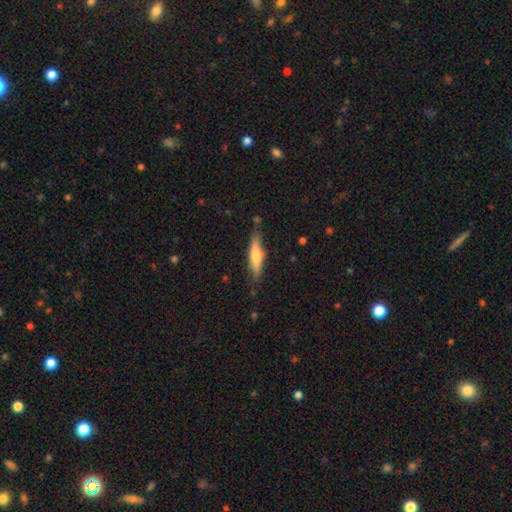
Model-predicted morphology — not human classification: smooth 47% (tied), featured or disk 47% (tied), star or artifact 6%. Down the decision tree: merging — none (80%).